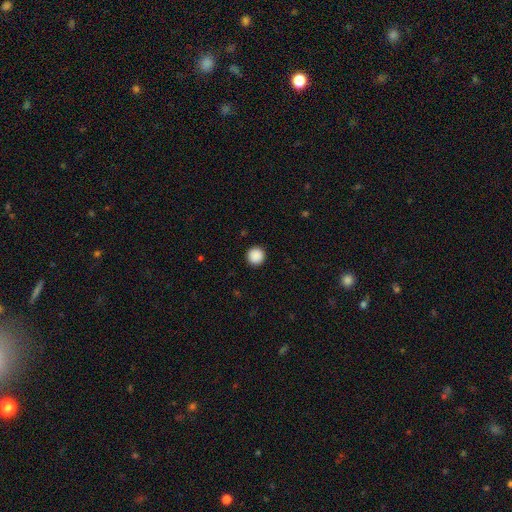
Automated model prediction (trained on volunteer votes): Smooth or featured? Predicted: smooth (p=0.89). How rounded? Predicted: round (p=0.96). Merging? Predicted: none (p=0.93).